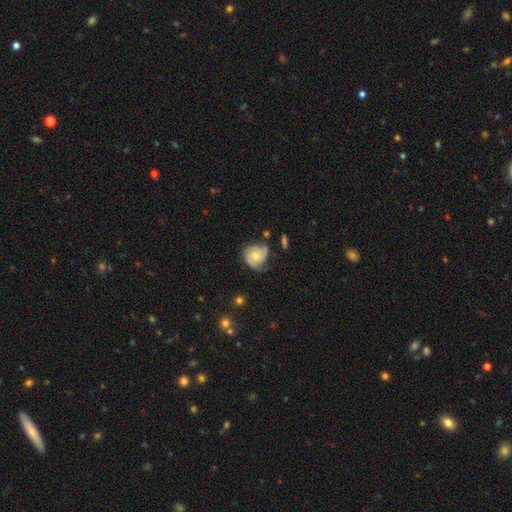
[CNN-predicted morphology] Smooth or featured: featured or disk — 71% (smooth — 23%)
Edge-on disk: no — 98% (yes — 2%)
Bar: no — 74% (weak — 22%)
Spiral arms: yes — 94% (no — 6%)
Spiral winding: tight — 50% (medium — 38%)
Spiral arm count: 3 — 43% (2 — 30%)
Bulge size: small — 48% (moderate — 46%)
Merging: none — 60% (minor disturbance — 27%)